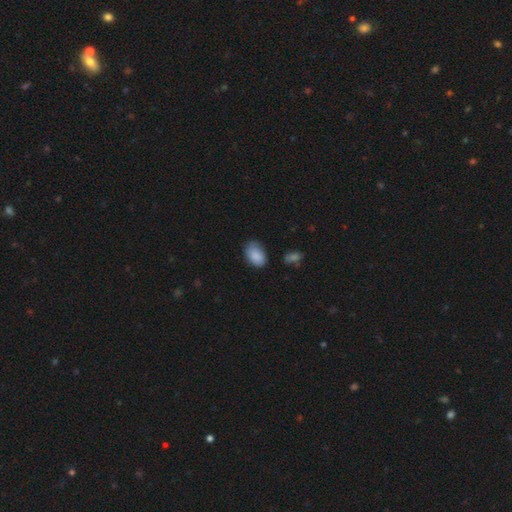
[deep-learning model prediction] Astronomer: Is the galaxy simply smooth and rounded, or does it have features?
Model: smooth — 88%.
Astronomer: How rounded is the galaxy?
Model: in between — 88%.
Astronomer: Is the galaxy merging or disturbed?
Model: none — 67%.